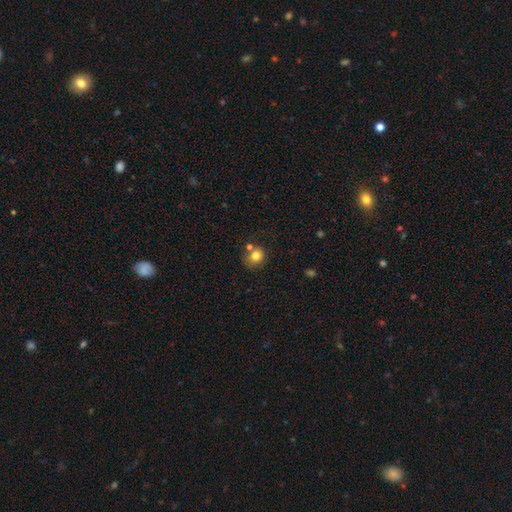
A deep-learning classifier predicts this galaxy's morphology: Overall: smooth (78%). How rounded: round (78%). Merging: none (60%).